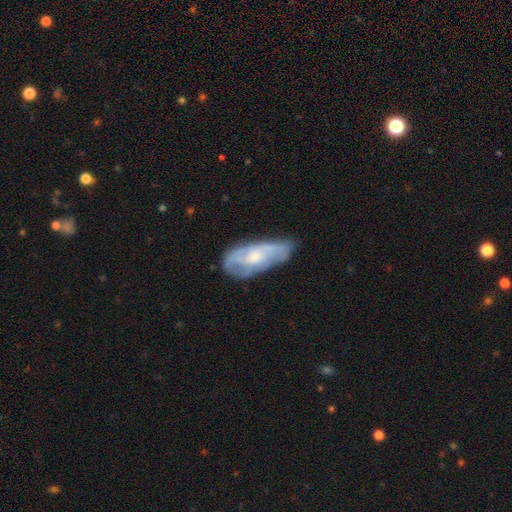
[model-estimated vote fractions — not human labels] Overall: featured or disk (59%; smooth 34%). Edge-on disk: no (87%). Bar: no (70%). Spiral arms: yes (71%). Bulge size: small (46%; moderate 44%). Merging: none (60%; minor disturbance 28%).